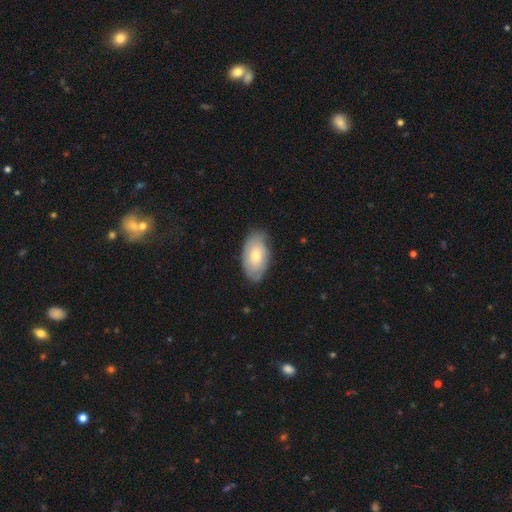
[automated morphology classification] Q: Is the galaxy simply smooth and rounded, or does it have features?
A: smooth — 66%.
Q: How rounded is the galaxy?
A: in between — 94%.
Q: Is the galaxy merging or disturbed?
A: none — 76%.